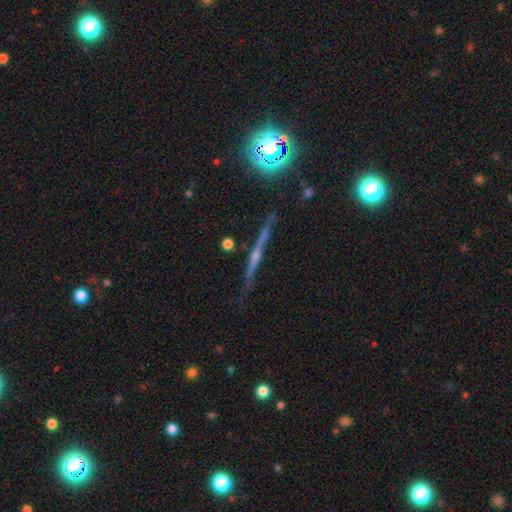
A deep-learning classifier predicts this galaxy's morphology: smooth-or-featured: featured or disk: 69% | star or artifact: 17% | smooth: 14%
  disk-edge-on: yes: 96% | no: 4%
    edge-on-bulge: rounded: 68% | none: 23% | boxy: 9%
  merging: none: 84% | minor disturbance: 11% | major disturbance: 3% | merger: 2%